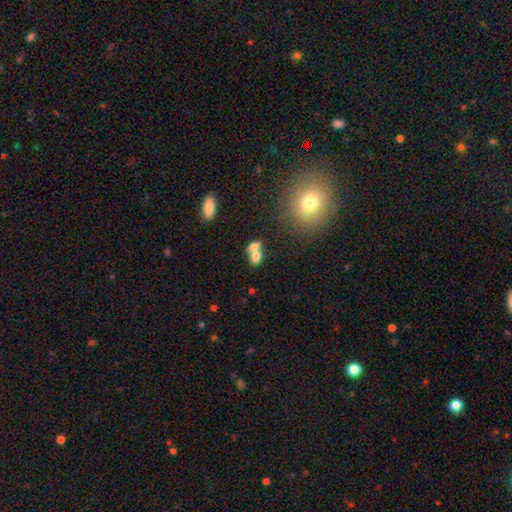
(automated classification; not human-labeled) Overall: smooth (73%). How rounded: in between (72%). Merging: merger (64%; none 25%).